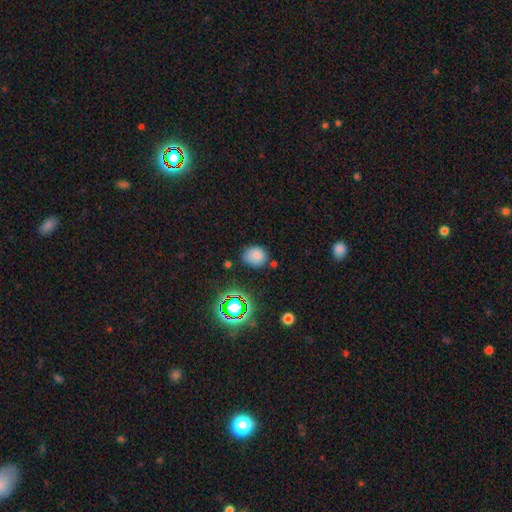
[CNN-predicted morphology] The model was most divided on "how rounded": round: 56%, in between: 43%, cigar-shaped: 1%. More confident: smooth or featured — smooth (76%); merging — none (72%).